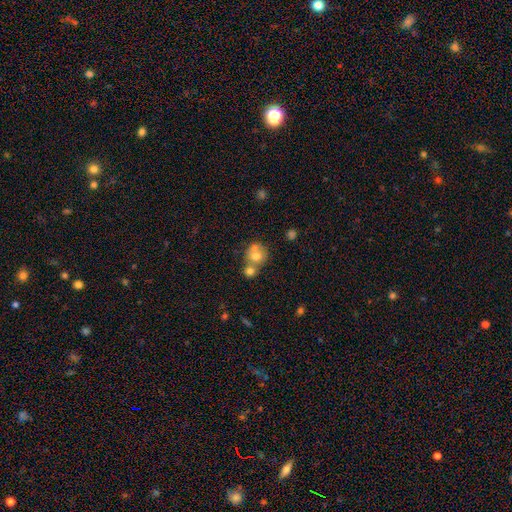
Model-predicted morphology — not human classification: The model was most divided on "merging": merger: 52%, none: 36%, minor disturbance: 8%, major disturbance: 4%. More confident: how rounded — round (79%); smooth or featured — smooth (68%).